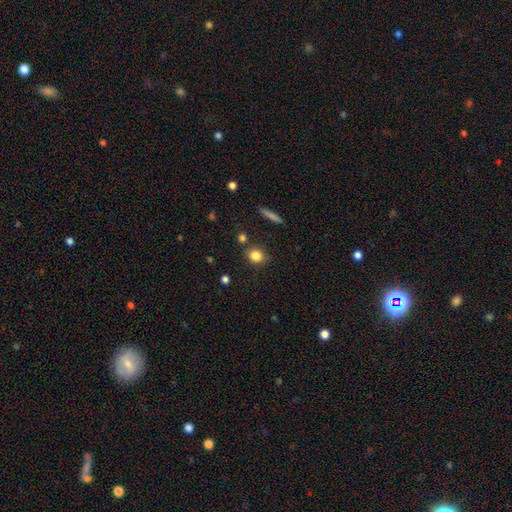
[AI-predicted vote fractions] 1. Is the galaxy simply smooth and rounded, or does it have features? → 82% smooth, 10% star or artifact, 7% featured or disk.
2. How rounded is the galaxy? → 66% round, 31% in between, 3% cigar-shaped.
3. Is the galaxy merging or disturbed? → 80% none, 11% minor disturbance, 6% merger, 3% major disturbance.